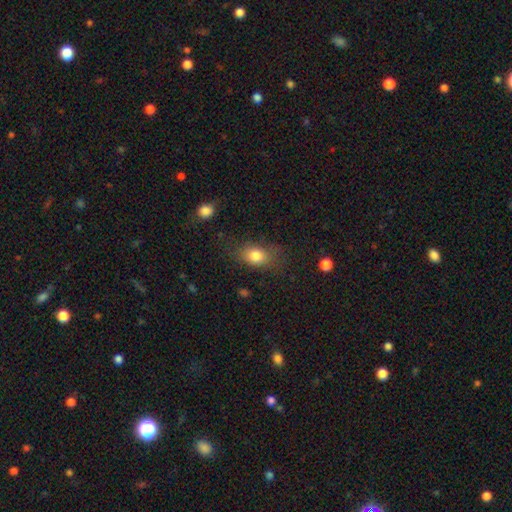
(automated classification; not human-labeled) Q: Smooth or featured?
A: smooth (80%); runner-up: featured or disk (11%)
Q: How rounded?
A: in between (74%); runner-up: round (23%)
Q: Merging?
A: none (66%); runner-up: minor disturbance (21%)